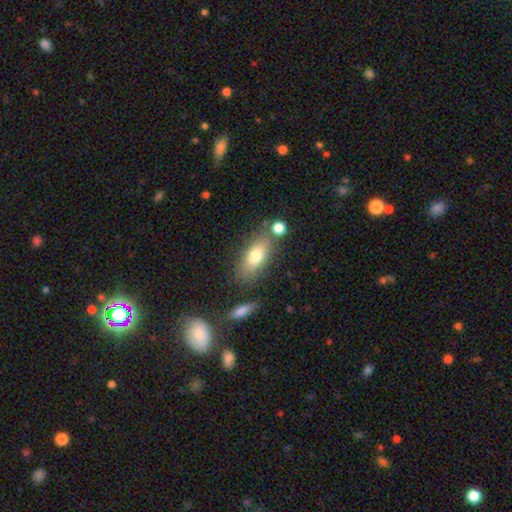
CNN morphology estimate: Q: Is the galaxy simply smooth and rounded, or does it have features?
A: smooth — 74%.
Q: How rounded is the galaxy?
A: in between — 78%.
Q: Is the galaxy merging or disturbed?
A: none — 69%.